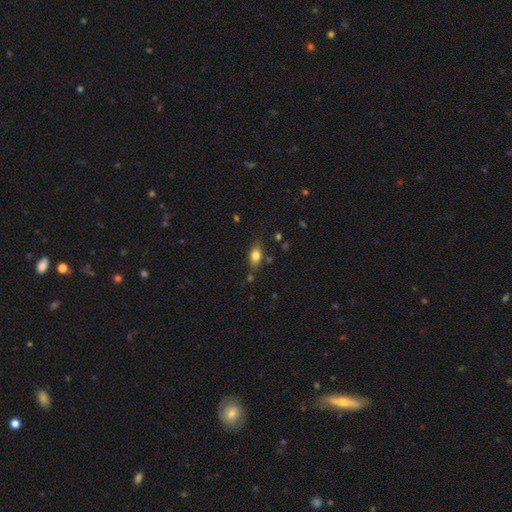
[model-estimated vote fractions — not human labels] A smooth galaxy with no disk features (80%) that is in between round and cigar-shaped (83%). Merging: none (76%).